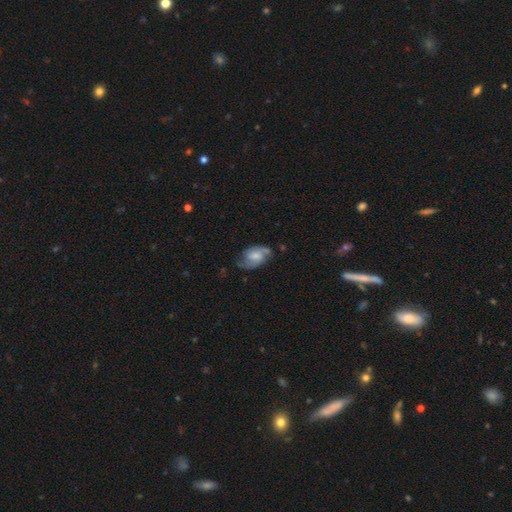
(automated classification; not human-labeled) Smooth or featured? featured or disk (70%)
Edge-on disk? no (97%)
Bar? no (47%)
Spiral arms? yes (92%)
Spiral winding? medium (48%)
Spiral arm count? 2 (83%)
Bulge size? small (39%)
Merging? none (61%)